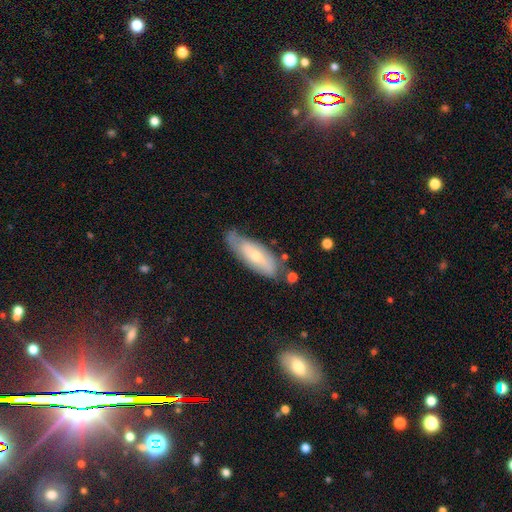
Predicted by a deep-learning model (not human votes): Smooth or featured? smooth (49%)
Merging? none (55%)